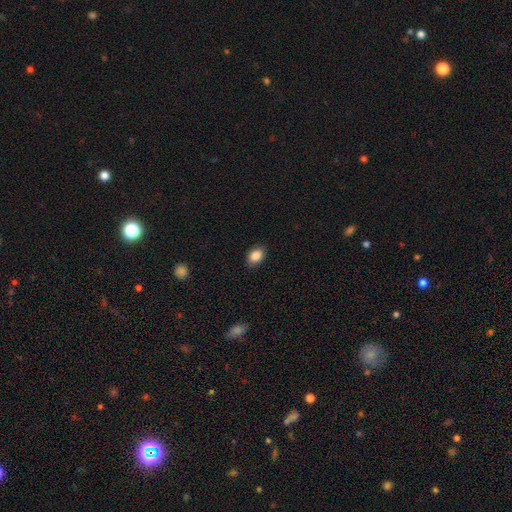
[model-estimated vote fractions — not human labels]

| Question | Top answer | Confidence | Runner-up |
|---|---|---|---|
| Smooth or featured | smooth | 88% | star or artifact (8%) |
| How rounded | in between | 79% | round (19%) |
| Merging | none | 88% | minor disturbance (9%) |